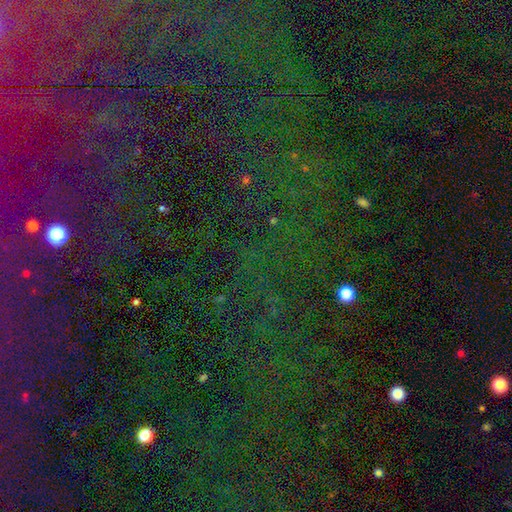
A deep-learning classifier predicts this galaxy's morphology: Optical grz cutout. It shows a star or artifact, not a galaxy (79%).